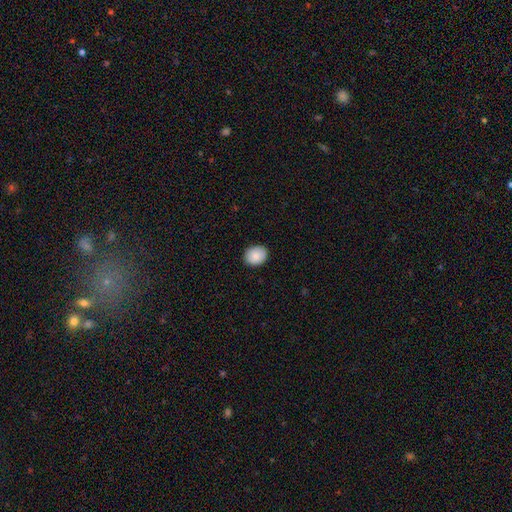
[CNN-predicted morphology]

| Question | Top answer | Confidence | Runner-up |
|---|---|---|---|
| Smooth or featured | smooth | 88% | star or artifact (7%) |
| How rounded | round | 54% | in between (45%) |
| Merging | none | 89% | minor disturbance (8%) |